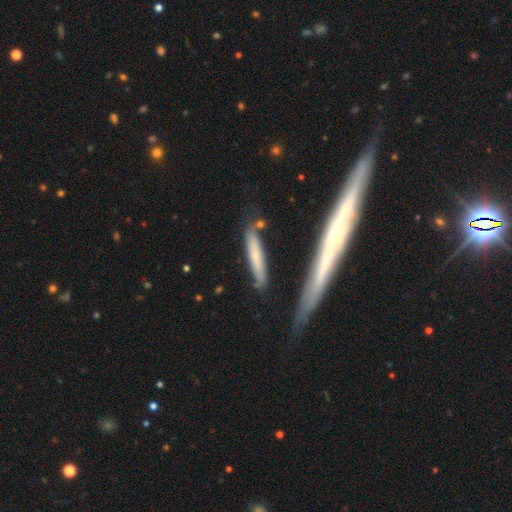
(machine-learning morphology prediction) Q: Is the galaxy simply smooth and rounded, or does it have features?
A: smooth — 53%.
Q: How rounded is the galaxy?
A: cigar-shaped — 86%.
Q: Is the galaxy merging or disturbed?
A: none — 72%.